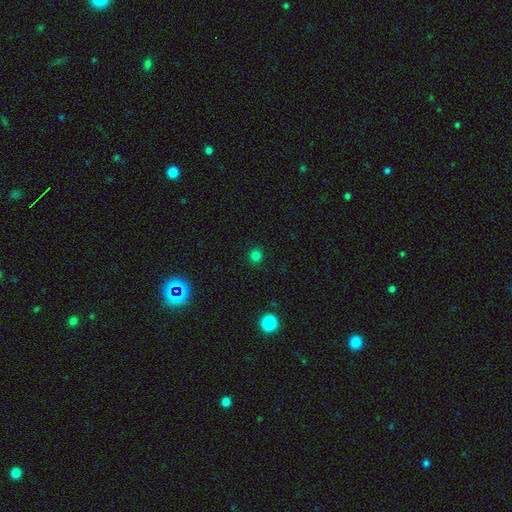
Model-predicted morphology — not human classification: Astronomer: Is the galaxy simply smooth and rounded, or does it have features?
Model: smooth — 78%.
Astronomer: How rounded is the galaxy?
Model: round — 93%.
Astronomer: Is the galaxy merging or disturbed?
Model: none — 92%.